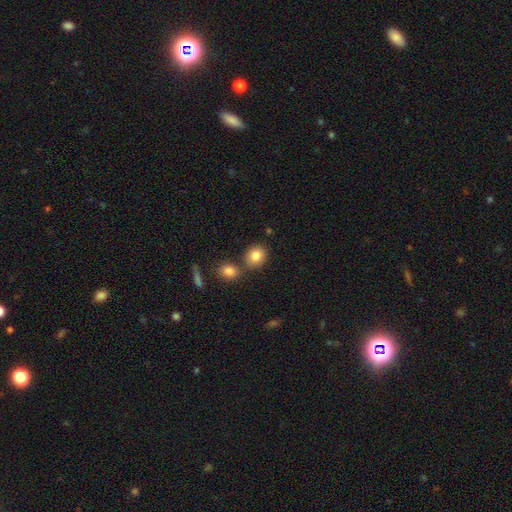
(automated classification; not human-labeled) smooth-or-featured: smooth: 84% | star or artifact: 9% | featured or disk: 7%
  how-rounded: round: 68% | in between: 31% | cigar-shaped: 1%
  merging: none: 67% | merger: 19% | minor disturbance: 11% | major disturbance: 3%